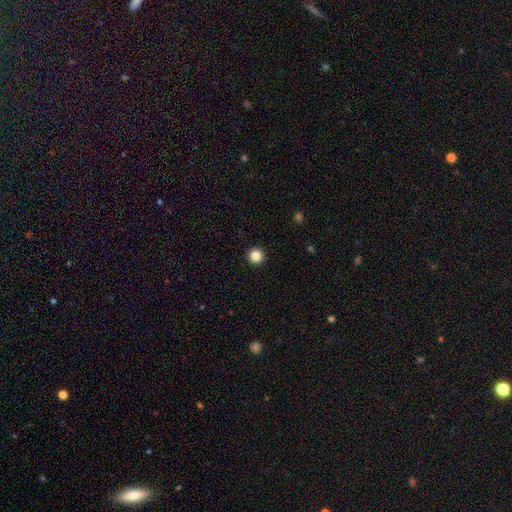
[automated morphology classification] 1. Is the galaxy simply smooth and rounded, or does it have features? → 85% smooth, 11% star or artifact, 4% featured or disk.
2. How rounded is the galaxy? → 96% round, 3% in between, 1% cigar-shaped.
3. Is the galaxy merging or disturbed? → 94% none, 4% minor disturbance, 1% major disturbance, 1% merger.